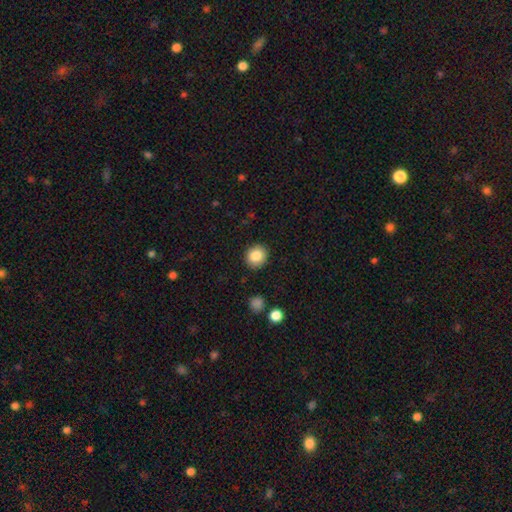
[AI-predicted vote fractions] A smooth galaxy with no disk features (85%) that is round (80%).

Vote fractions:
- Smooth or featured? smooth: 85% / star or artifact: 9% / featured or disk: 6%
- How rounded? round: 80% / in between: 19% / cigar-shaped: 1%
- Merging? none: 89% / minor disturbance: 7% / major disturbance: 2% / merger: 1%